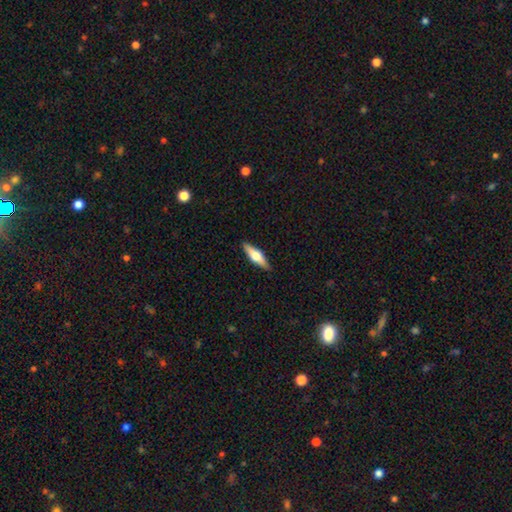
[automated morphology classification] This appears to be a featured or disk galaxy (48%). Merging: none (90%).